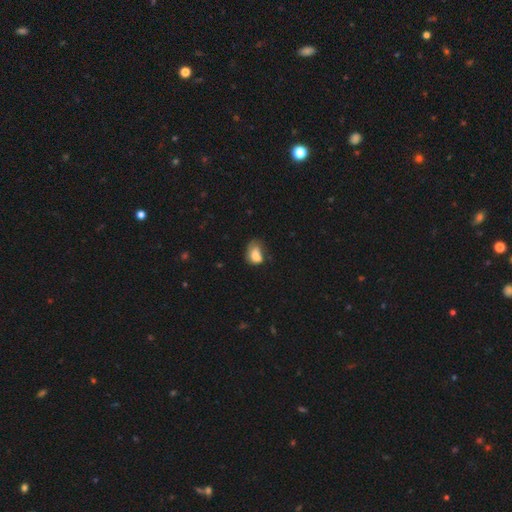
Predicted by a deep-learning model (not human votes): This is likely a smooth galaxy (74%). How rounded: likely in between (80%). Merging: marginally minor disturbance (34%).